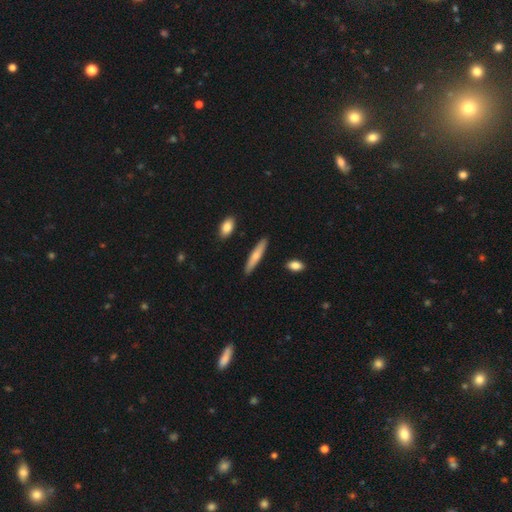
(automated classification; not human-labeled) Smooth or featured: smooth — 66% (featured or disk — 28%)
How rounded: cigar-shaped — 87% (in between — 11%)
Merging: none — 89% (minor disturbance — 8%)